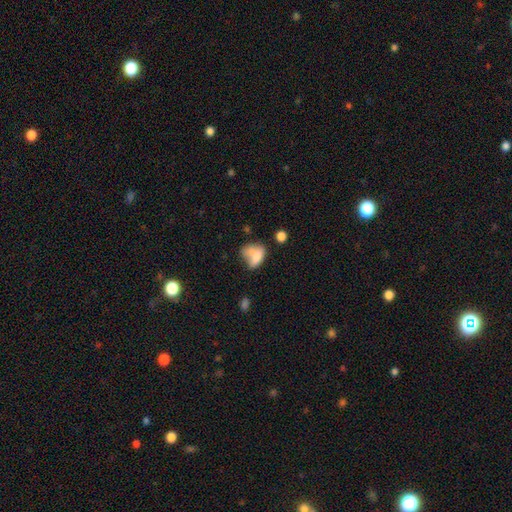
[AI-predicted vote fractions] smooth-or-featured: smooth: 69% | featured or disk: 21% | star or artifact: 10%
  how-rounded: in between: 75% | round: 20% | cigar-shaped: 5%
  merging: merger: 32% | none: 26% | minor disturbance: 22% | major disturbance: 21%